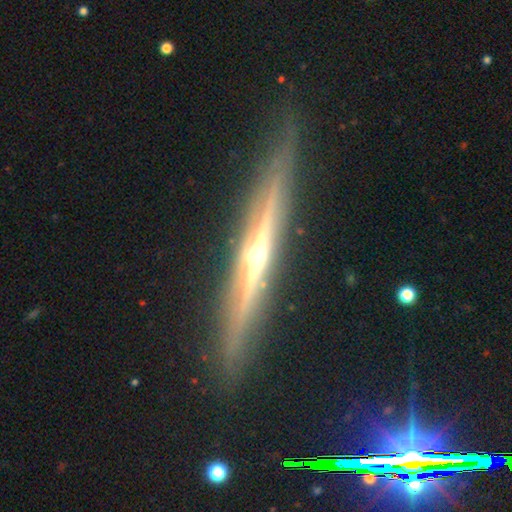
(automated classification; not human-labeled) Overall: featured or disk (83%). Edge-on disk: yes (96%). Edge-on bulge: rounded (90%). Merging: none (86%).